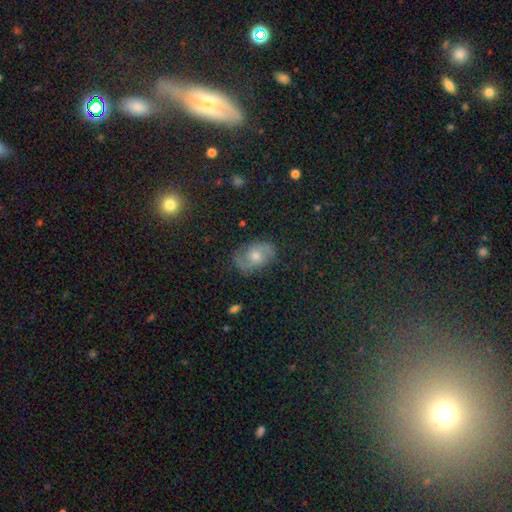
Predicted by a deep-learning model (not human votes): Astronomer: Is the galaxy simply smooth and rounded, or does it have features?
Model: featured or disk — 49% (runner-up: smooth, 32%).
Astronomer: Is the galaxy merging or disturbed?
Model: none — 78%.